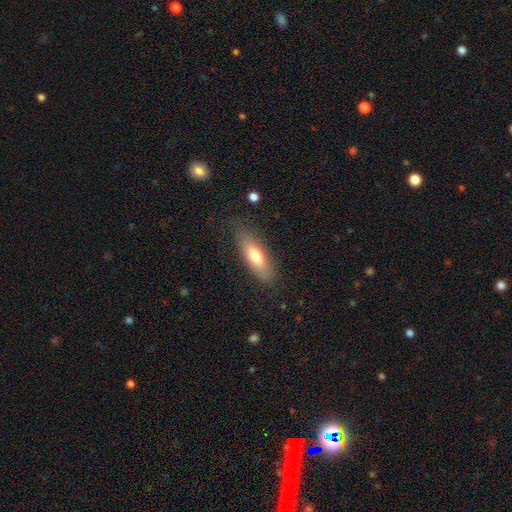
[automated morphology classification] smooth_or_featured: smooth (p=0.71) [alt: featured or disk p=0.23]
how_rounded: in between (p=0.54) [alt: cigar-shaped p=0.43]
merging: none (p=0.79) [alt: minor disturbance p=0.15]